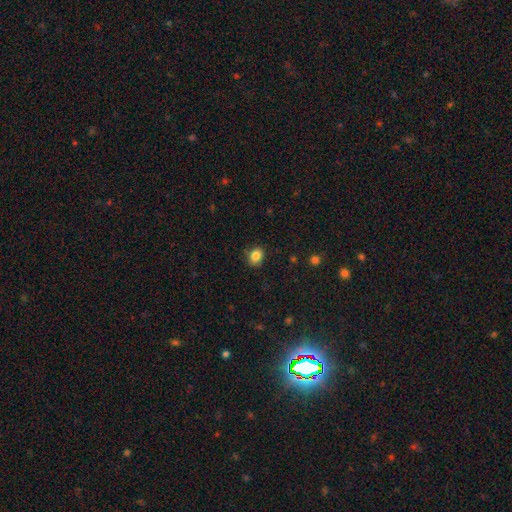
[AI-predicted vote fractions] A smooth galaxy with no disk features (85%) that is round (55%).

Vote fractions:
- Smooth or featured? smooth: 85% / star or artifact: 10% / featured or disk: 5%
- How rounded? round: 55% / in between: 44% / cigar-shaped: 1%
- Merging? none: 85% / minor disturbance: 12% / major disturbance: 3% / merger: 1%